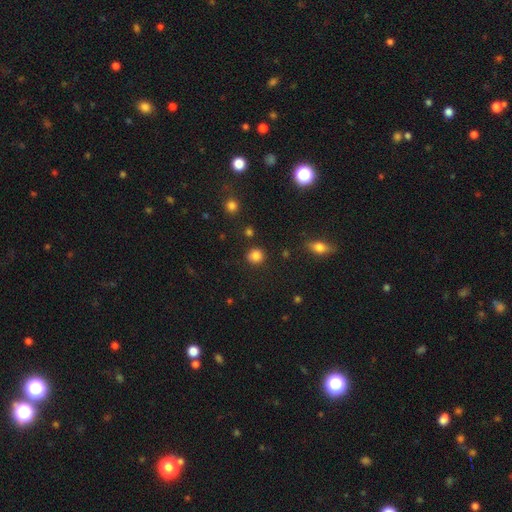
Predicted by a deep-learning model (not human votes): A smooth galaxy with no disk features (84%) that is round (88%).

Vote fractions:
- Smooth or featured? smooth: 84% / star or artifact: 11% / featured or disk: 5%
- How rounded? round: 88% / in between: 11% / cigar-shaped: 1%
- Merging? none: 86% / minor disturbance: 9% / major disturbance: 3% / merger: 2%